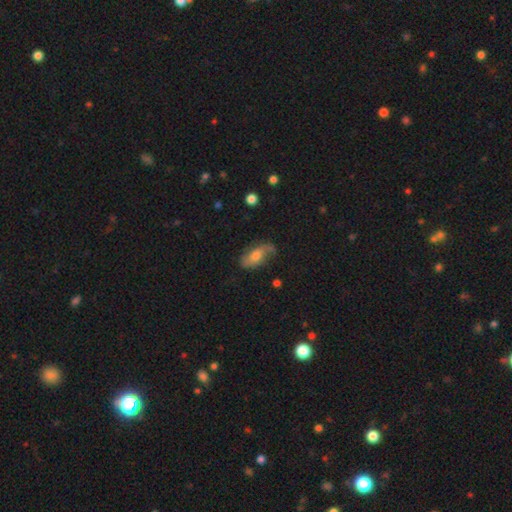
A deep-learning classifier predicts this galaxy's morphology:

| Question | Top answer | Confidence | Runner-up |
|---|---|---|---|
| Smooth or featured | featured or disk | 53% | smooth (39%) |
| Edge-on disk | no | 88% | yes (12%) |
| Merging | none | 64% | minor disturbance (24%) |